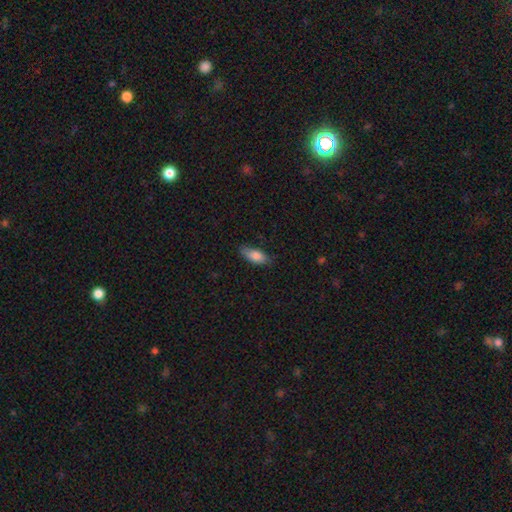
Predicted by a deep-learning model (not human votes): Q: Smooth or featured?
A: smooth (83%); runner-up: featured or disk (10%)
Q: How rounded?
A: in between (81%); runner-up: cigar-shaped (17%)
Q: Merging?
A: none (76%); runner-up: minor disturbance (19%)